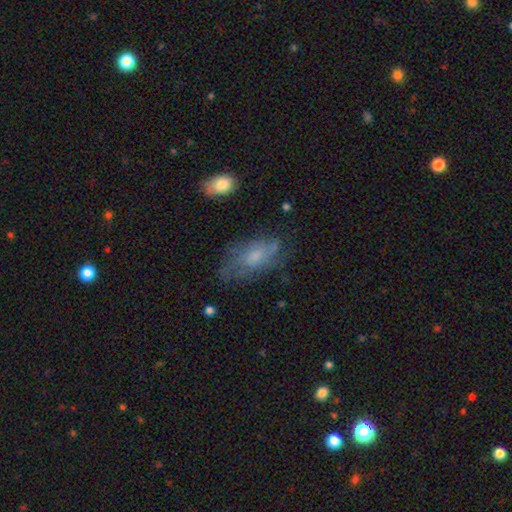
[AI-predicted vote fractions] A featured or disk galaxy (47%). Merging: none (55%).